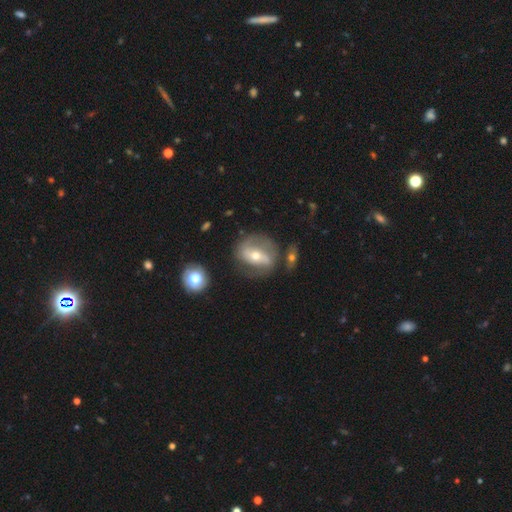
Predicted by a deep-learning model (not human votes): featured or disk 71%, smooth 22%, star or artifact 7%. Down the decision tree: edge-on disk — no (93%); bar — strong (48%); spiral arms — yes (75%); bulge size — moderate (56%); merging — none (65%).